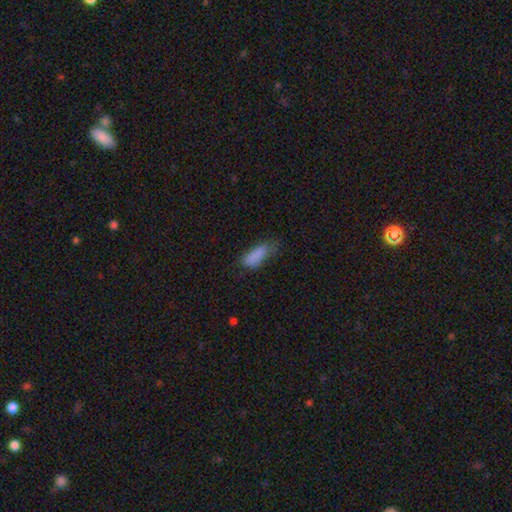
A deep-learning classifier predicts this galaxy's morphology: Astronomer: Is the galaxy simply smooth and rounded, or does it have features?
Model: smooth — 82%.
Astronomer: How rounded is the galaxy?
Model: in between — 70%.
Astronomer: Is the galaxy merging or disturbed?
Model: none — 44% (runner-up: minor disturbance, 34%).